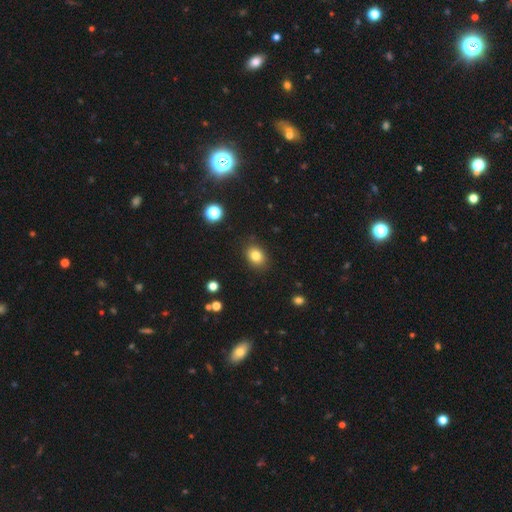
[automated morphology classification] Smooth or featured? Predicted: smooth (p=0.82). How rounded? Predicted: in between (p=0.59). Merging? Predicted: none (p=0.87).